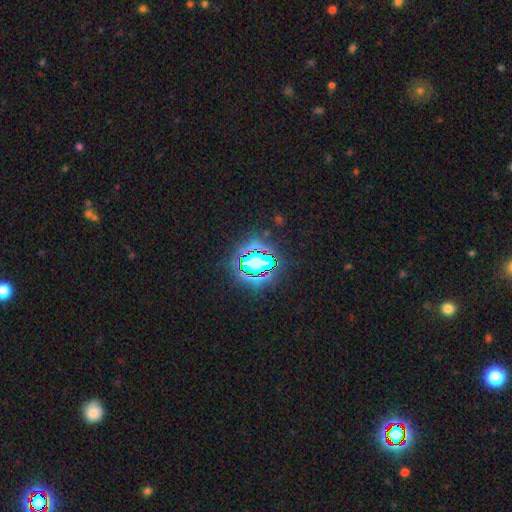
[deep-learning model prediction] star or artifact 79%, smooth 13%, featured or disk 8%.